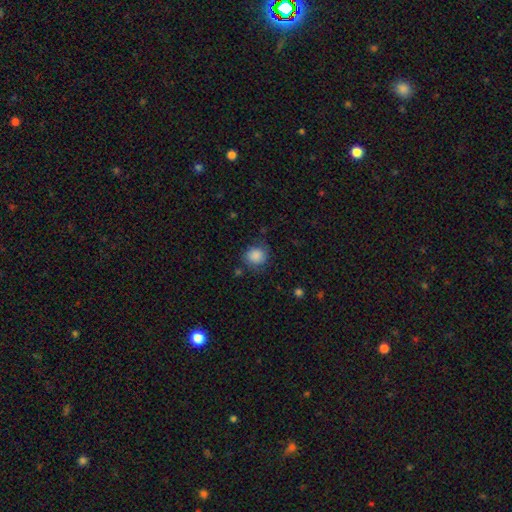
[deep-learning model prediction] smooth-or-featured: smooth: 86% | star or artifact: 8% | featured or disk: 6%
  how-rounded: round: 81% | in between: 18% | cigar-shaped: 1%
  merging: none: 74% | minor disturbance: 18% | major disturbance: 6% | merger: 2%